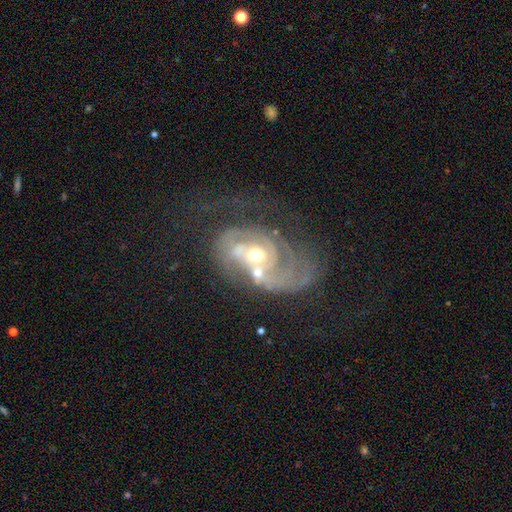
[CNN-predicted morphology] A featured or disk galaxy (83%) with no bar (65%), 2 (39%) tight (45%) spiral arms (86%) and a moderate central bulge (61%). Merging: merger (34%).